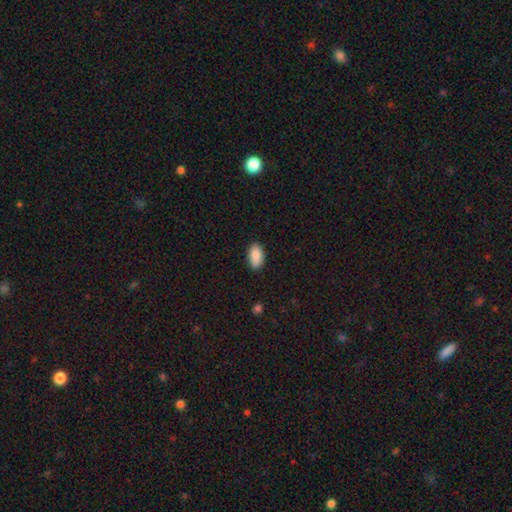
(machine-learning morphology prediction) Smooth or featured?
  - smooth: 90% *
  - star or artifact: 7%
  - featured or disk: 3%
How rounded?
  - in between: 94% *
  - round: 4%
  - cigar-shaped: 2%
Merging?
  - none: 87% *
  - minor disturbance: 10%
  - major disturbance: 2%
  - merger: 1%